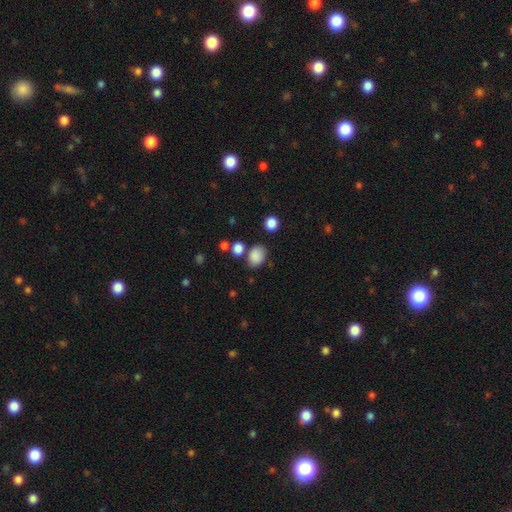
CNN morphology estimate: Smooth or featured?
  - smooth: 85% *
  - star or artifact: 10%
  - featured or disk: 5%
How rounded?
  - in between: 65% *
  - round: 34%
  - cigar-shaped: 1%
Merging?
  - none: 70% *
  - minor disturbance: 17%
  - merger: 9%
  - major disturbance: 5%